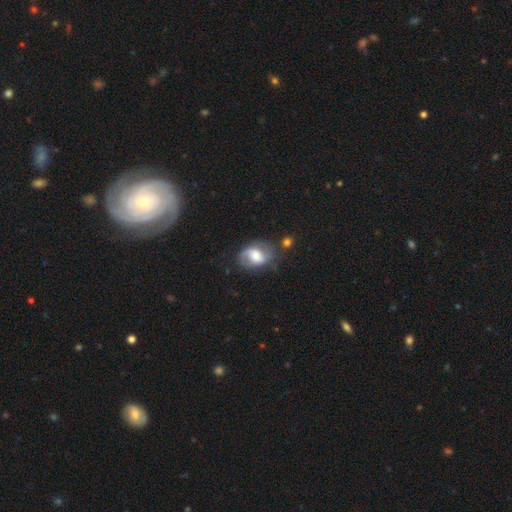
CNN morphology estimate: A featured or disk galaxy (68%) with no bar (46%), 2 (82%) medium (46%) spiral arms (89%) and a moderate central bulge (63%). Merging: none (65%).